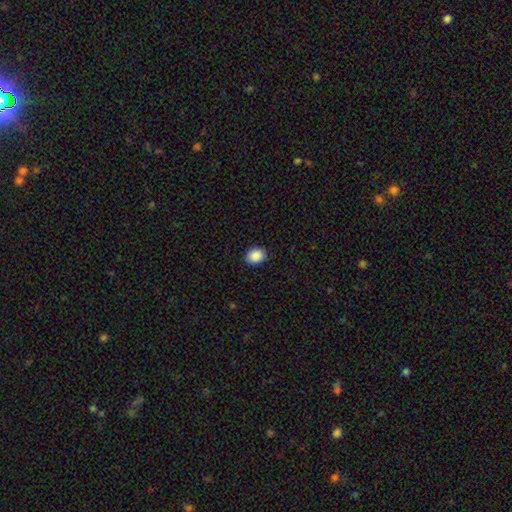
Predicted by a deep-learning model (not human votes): smooth_or_featured: smooth (p=0.89) [alt: star or artifact p=0.08]
how_rounded: round (p=0.50) [alt: in between p=0.49]
merging: none (p=0.90) [alt: minor disturbance p=0.07]